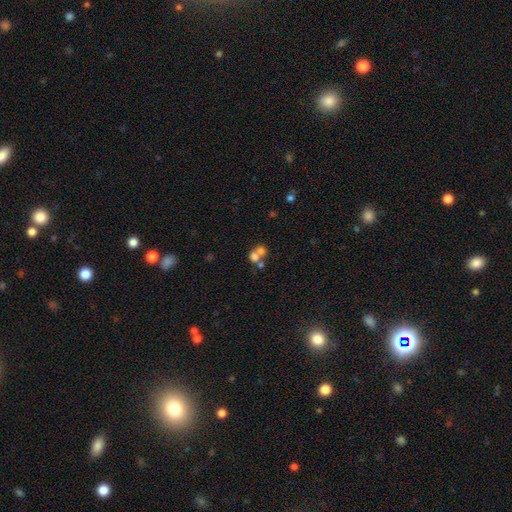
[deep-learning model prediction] Overall: smooth (63%). How rounded: round (68%; in between 31%). Merging: merger (62%; none 28%).